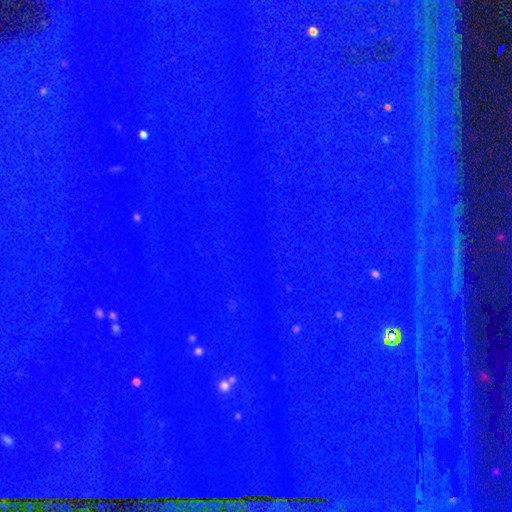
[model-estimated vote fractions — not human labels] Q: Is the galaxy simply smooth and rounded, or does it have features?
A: star or artifact — 87%.